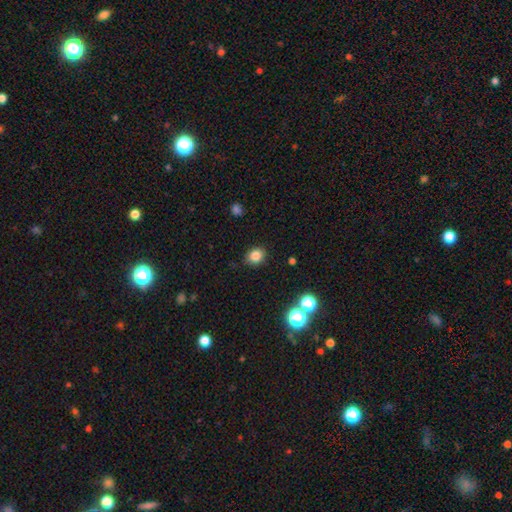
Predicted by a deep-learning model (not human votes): The model was most divided on "how rounded": round: 61%, in between: 38%, cigar-shaped: 1%. More confident: merging — none (87%); smooth or featured — smooth (82%).